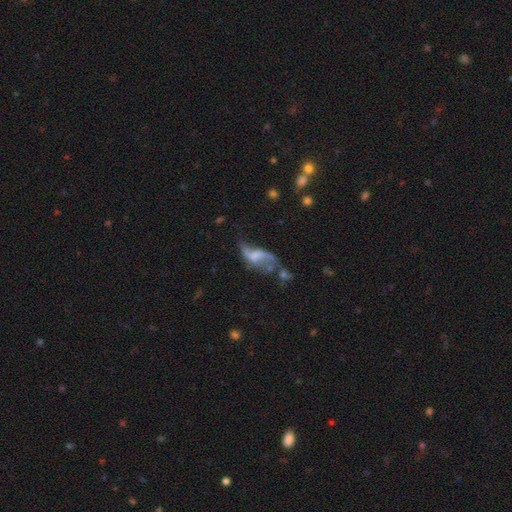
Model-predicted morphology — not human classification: Overall: featured or disk (72%). Edge-on disk: no (94%). Bar: no (47%; weak 39%). Spiral arms: yes (78%). Spiral arm count: 2 (85%). Spiral winding: loose (88%). Bulge size: none (48%; small 26%). Merging: none (29%; major disturbance 28%).